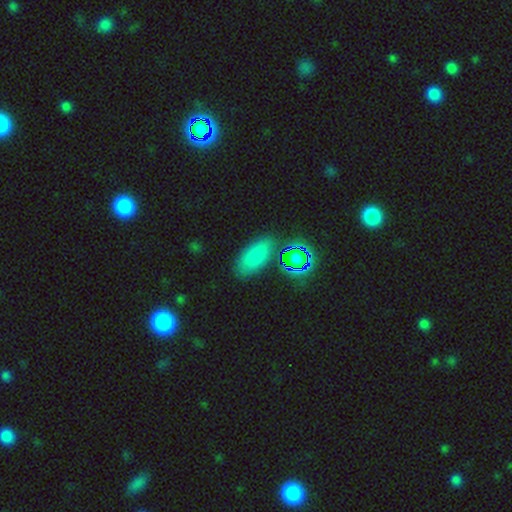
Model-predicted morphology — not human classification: A smooth galaxy with no disk features (74%) that is in between round and cigar-shaped (87%). Merging: none (81%).